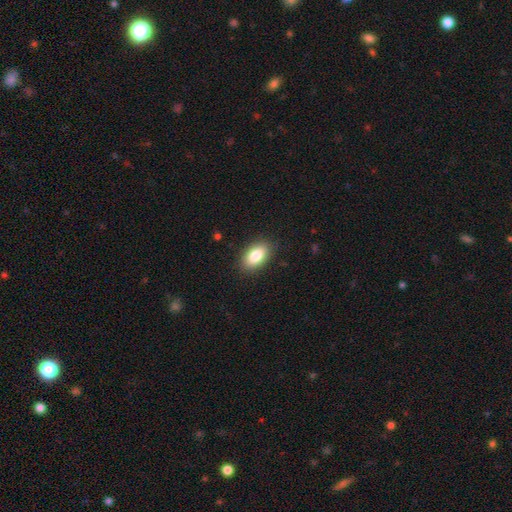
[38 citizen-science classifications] Smooth or featured? 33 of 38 (87%) said smooth. How rounded? 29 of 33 (88%) said in between. Merging? 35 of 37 (95%) said none.